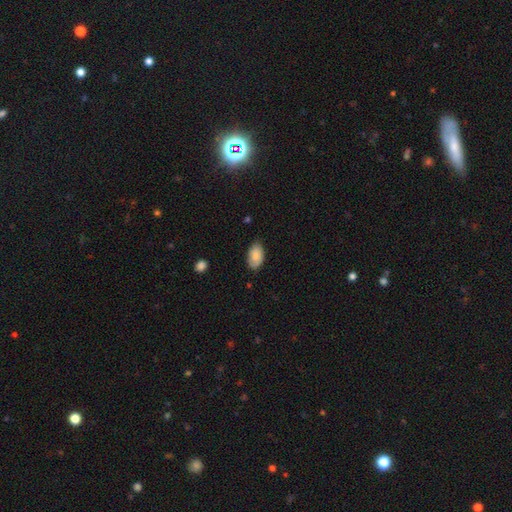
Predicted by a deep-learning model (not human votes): This is clearly a smooth galaxy (82%). How rounded: clearly in between (94%). Merging: likely none (76%).